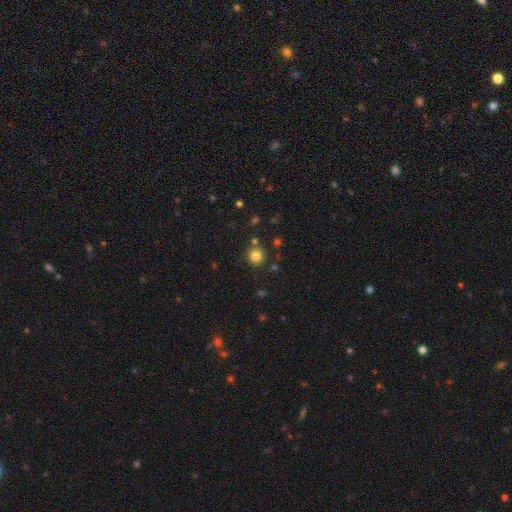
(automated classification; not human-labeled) This appears to be a smooth galaxy with no disk features (81%) that is round (91%). Merging: none (84%).